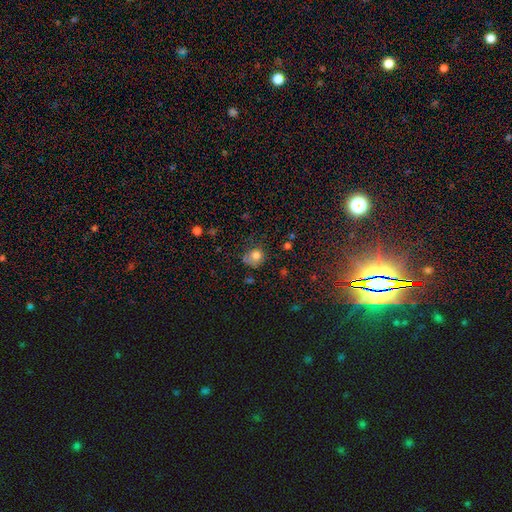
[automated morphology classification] smooth 77%, star or artifact 12%, featured or disk 11%. Down the decision tree: how rounded — round (77%); merging — none (52%).